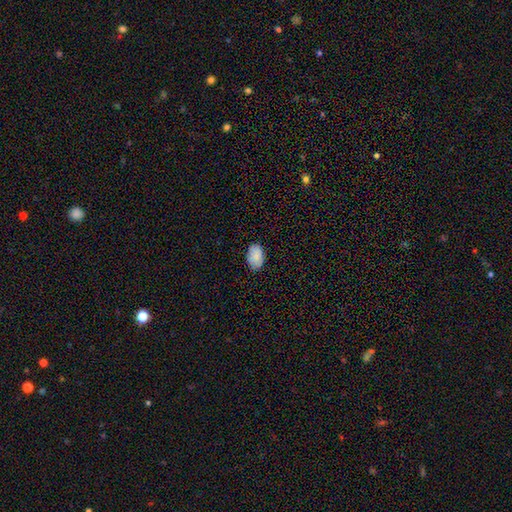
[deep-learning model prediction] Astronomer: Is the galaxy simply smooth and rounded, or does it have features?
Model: smooth — 87%.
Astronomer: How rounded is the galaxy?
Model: in between — 87%.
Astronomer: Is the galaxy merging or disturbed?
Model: none — 83%.